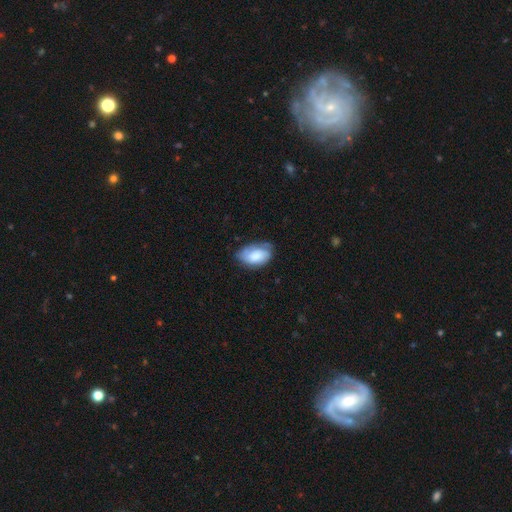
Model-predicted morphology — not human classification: A smooth galaxy with no disk features (71%) that is in between round and cigar-shaped (93%). Merging: none (56%).